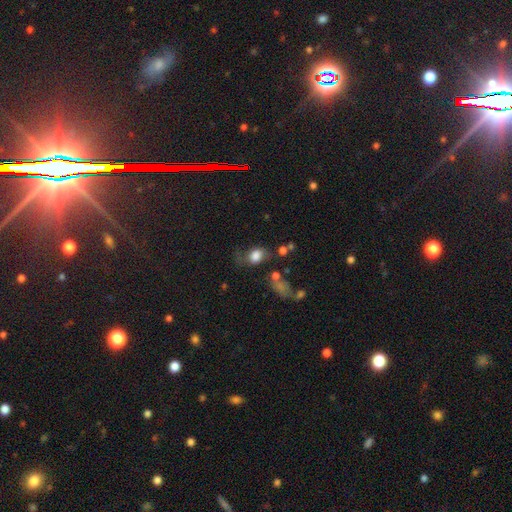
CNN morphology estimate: Smooth or featured?
  - smooth: 75% *
  - featured or disk: 15%
  - star or artifact: 10%
How rounded?
  - in between: 63% *
  - round: 35%
  - cigar-shaped: 2%
Merging?
  - none: 42% *
  - minor disturbance: 27%
  - major disturbance: 23%
  - merger: 8%